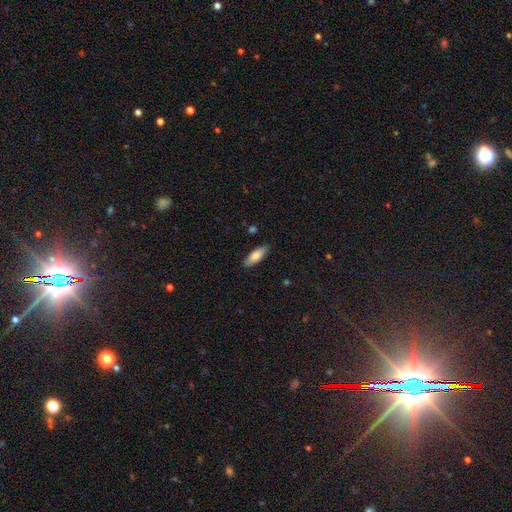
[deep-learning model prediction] Overall: smooth (81%). How rounded: in between (63%; cigar-shaped 36%). Merging: none (88%).